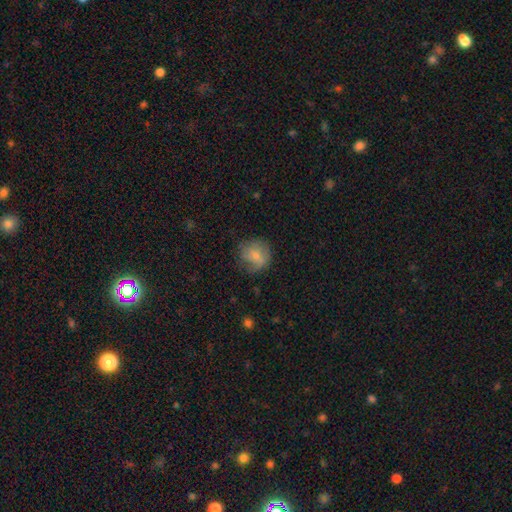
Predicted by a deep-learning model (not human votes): A smooth galaxy with no disk features (64%) that is round (83%). Merging: none (61%).